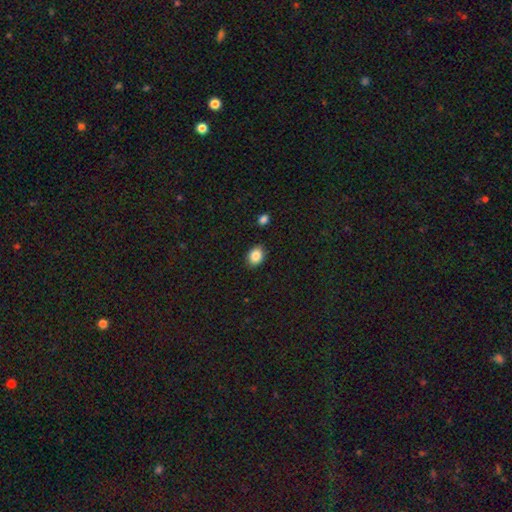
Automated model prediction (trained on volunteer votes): Morphology: type=smooth (86%); roundness=in between (68%); merging=none (87%).